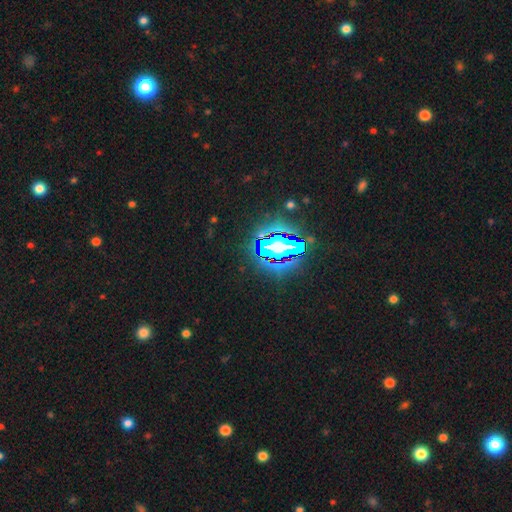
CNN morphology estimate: smooth-or-featured: star or artifact: 81% | smooth: 10% | featured or disk: 9%